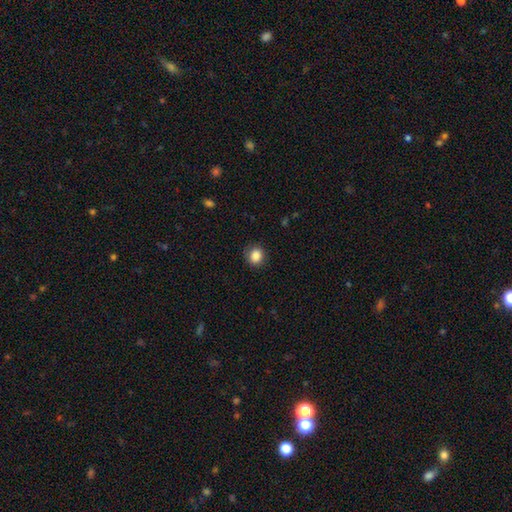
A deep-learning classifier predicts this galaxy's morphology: smooth 86%, star or artifact 10%, featured or disk 4%. Down the decision tree: how rounded — round (78%); merging — none (84%).